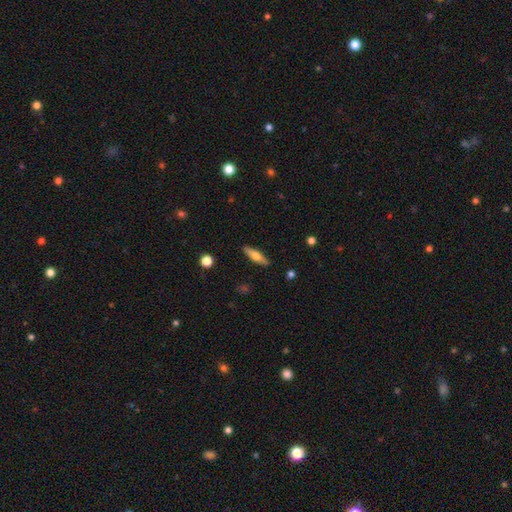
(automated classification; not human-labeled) Smooth or featured? Predicted: smooth (p=0.55). How rounded? Predicted: cigar-shaped (p=0.67). Merging? Predicted: none (p=0.89).